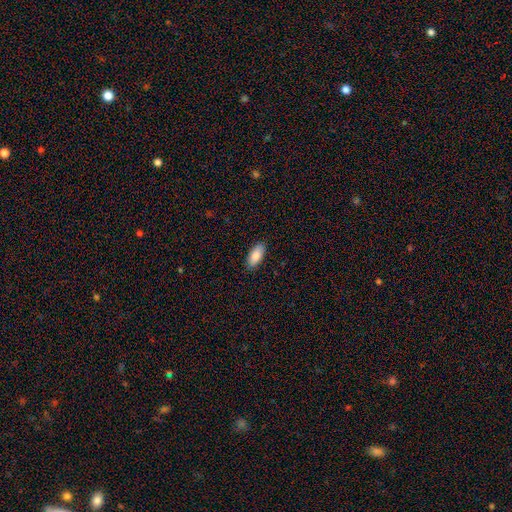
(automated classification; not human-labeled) This appears to be a smooth galaxy with no disk features (86%) that is in between round and cigar-shaped (87%). Merging: none (88%).